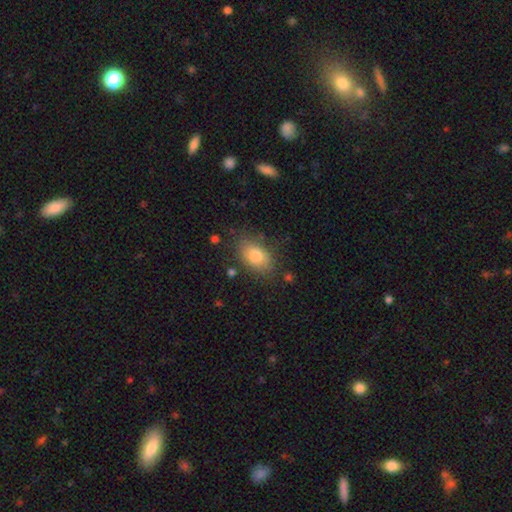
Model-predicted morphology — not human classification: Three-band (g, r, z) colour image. It shows a smooth galaxy with no disk features (80%) that is in between round and cigar-shaped (86%). Merging: none (77%).